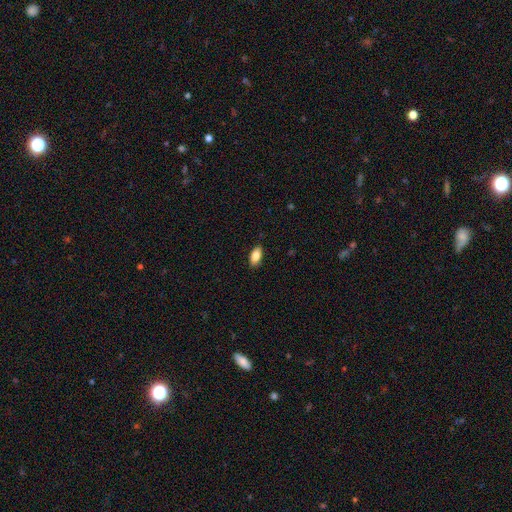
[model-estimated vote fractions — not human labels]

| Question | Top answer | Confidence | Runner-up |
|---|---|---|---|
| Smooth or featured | smooth | 85% | featured or disk (8%) |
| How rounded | in between | 91% | cigar-shaped (6%) |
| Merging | none | 88% | minor disturbance (10%) |